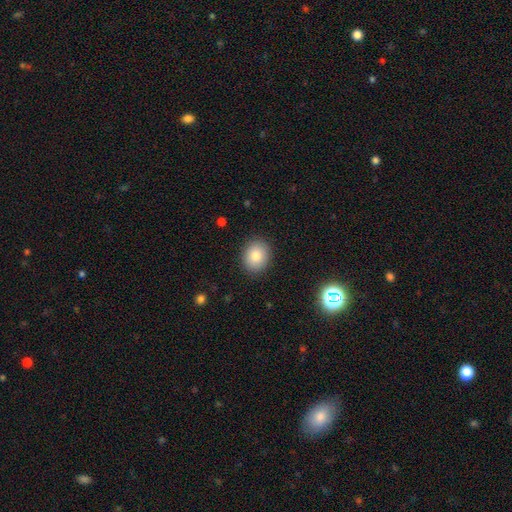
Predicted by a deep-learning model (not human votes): Smooth or featured?
  - smooth: 80% *
  - featured or disk: 11%
  - star or artifact: 9%
How rounded?
  - round: 66% *
  - in between: 33%
  - cigar-shaped: 1%
Merging?
  - none: 89% *
  - minor disturbance: 8%
  - major disturbance: 2%
  - merger: 1%